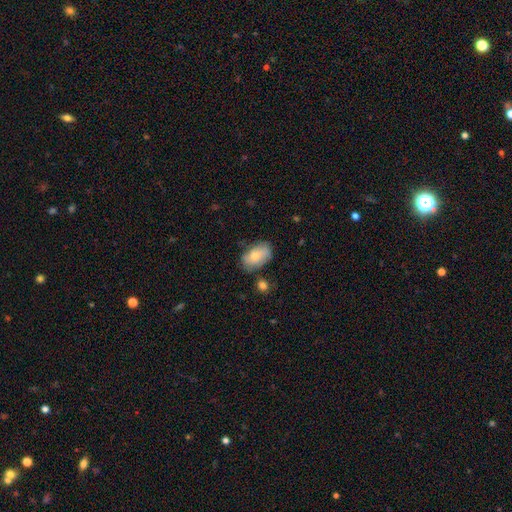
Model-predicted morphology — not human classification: Q: Smooth or featured?
A: smooth (70%); runner-up: featured or disk (23%)
Q: How rounded?
A: in between (89%); runner-up: round (10%)
Q: Merging?
A: none (62%); runner-up: minor disturbance (26%)